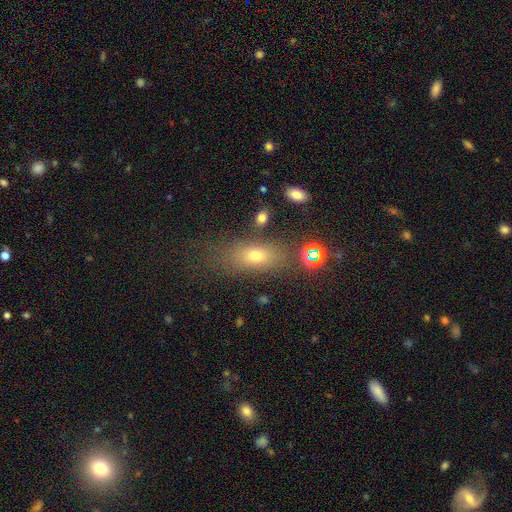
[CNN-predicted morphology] smooth 68%, star or artifact 16%, featured or disk 16%. Down the decision tree: how rounded — in between (76%); merging — none (66%).